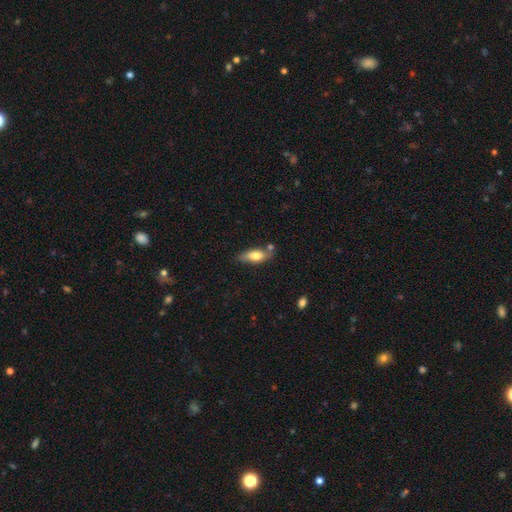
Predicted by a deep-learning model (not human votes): Smooth or featured: smooth — 69% (featured or disk — 24%)
How rounded: in between — 70% (cigar-shaped — 27%)
Merging: none — 69% (minor disturbance — 18%)